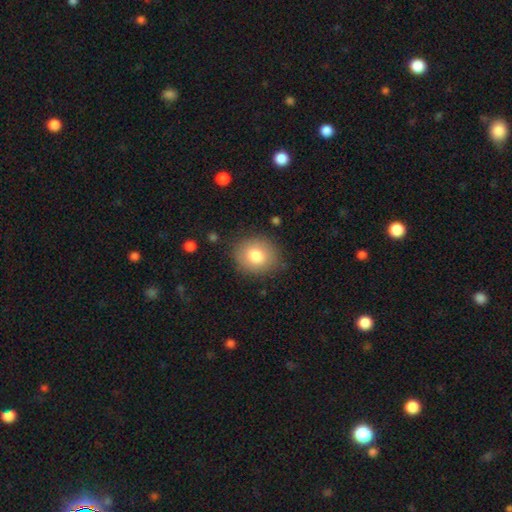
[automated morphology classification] Smooth or featured? smooth (80%)
How rounded? round (70%)
Merging? none (83%)